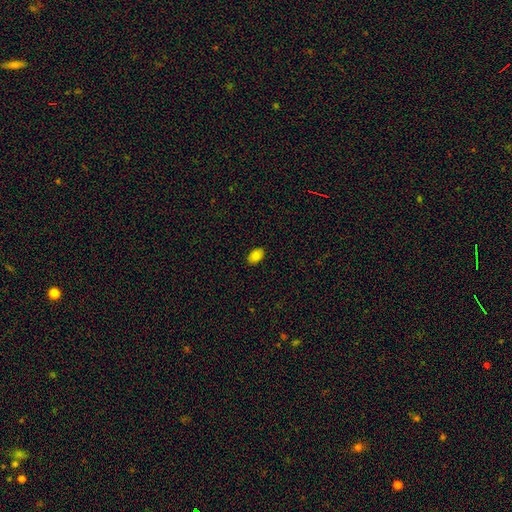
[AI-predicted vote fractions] Morphology: type=smooth (82%); roundness=in between (85%); merging=none (89%).